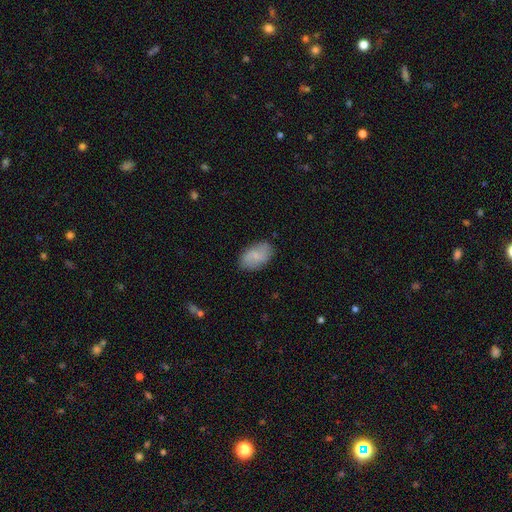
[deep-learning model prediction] This is likely a smooth galaxy (62%). How rounded: clearly in between (91%). Merging: clearly none (83%).